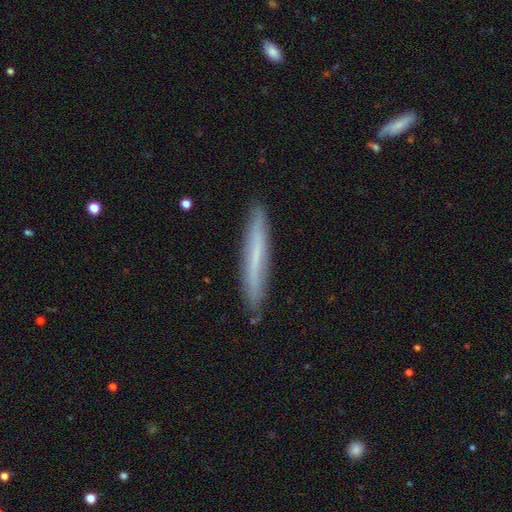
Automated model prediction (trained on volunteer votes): smooth_or_featured: smooth (p=0.54) [alt: featured or disk p=0.38]
how_rounded: cigar-shaped (p=0.95) [alt: in between p=0.04]
merging: none (p=0.86) [alt: minor disturbance p=0.10]